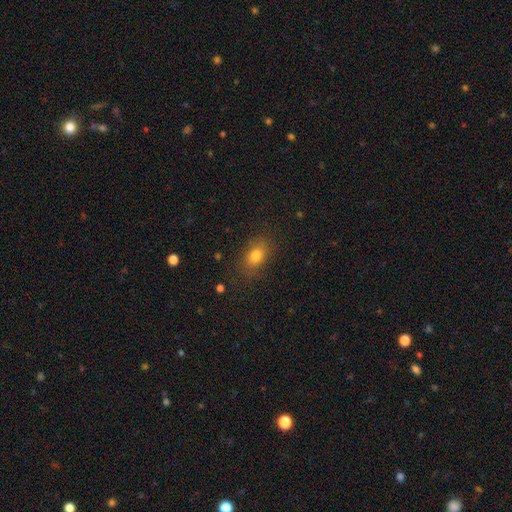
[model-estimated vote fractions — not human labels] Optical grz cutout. It shows a smooth galaxy with no disk features (79%) that is in between round and cigar-shaped (79%). Merging: none (81%).